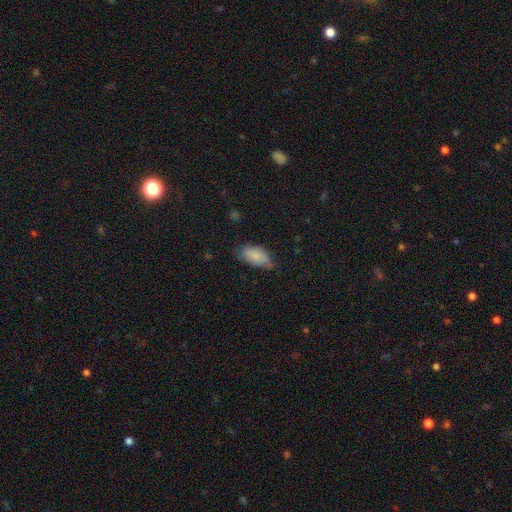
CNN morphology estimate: The model was most divided on "merging": none: 56%, minor disturbance: 35%, major disturbance: 7%, merger: 2%. More confident: how rounded — in between (93%); smooth or featured — smooth (82%).